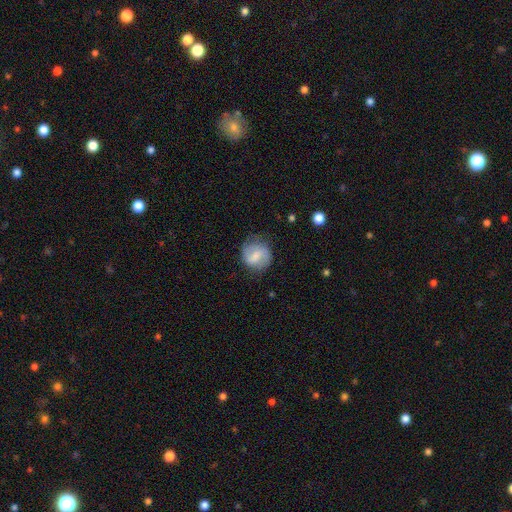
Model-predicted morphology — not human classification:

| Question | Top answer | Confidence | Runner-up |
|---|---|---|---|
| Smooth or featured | smooth | 47% | featured or disk (46%) |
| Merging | none | 73% | minor disturbance (19%) |